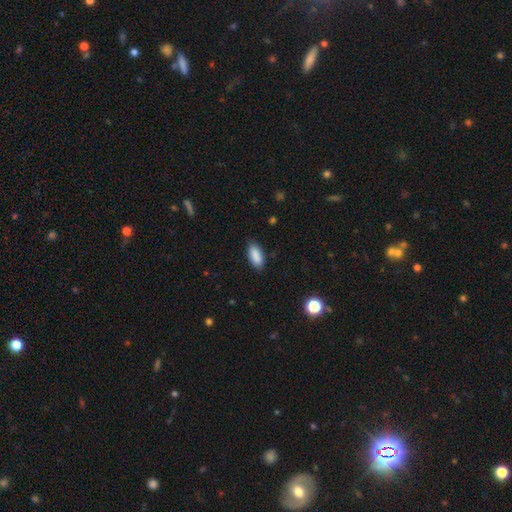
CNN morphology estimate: This is clearly a smooth galaxy (89%). How rounded: clearly in between (87%). Merging: clearly none (85%).